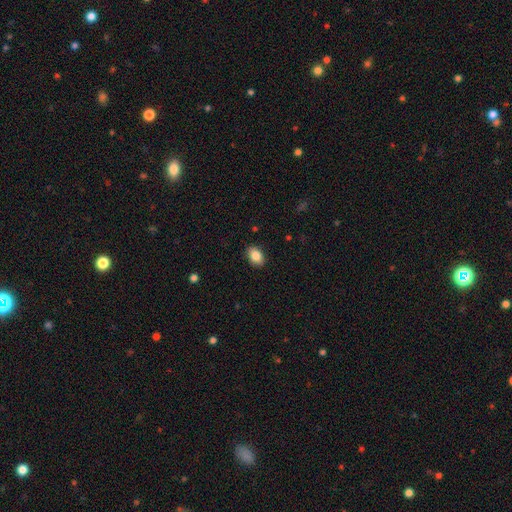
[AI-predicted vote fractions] smooth 87%, star or artifact 8%, featured or disk 5%. Down the decision tree: how rounded — in between (83%); merging — none (89%).